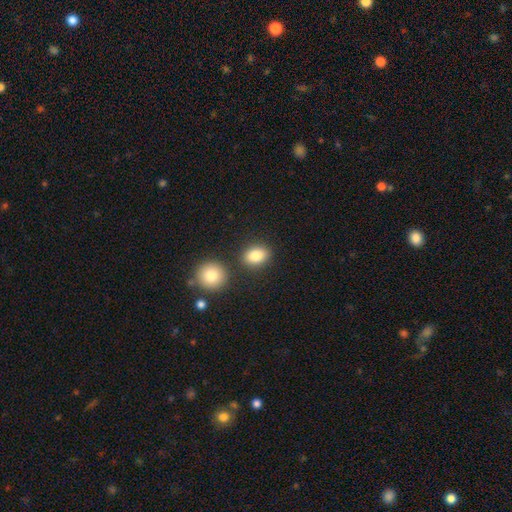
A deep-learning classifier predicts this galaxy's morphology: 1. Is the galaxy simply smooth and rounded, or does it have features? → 83% smooth, 9% star or artifact, 8% featured or disk.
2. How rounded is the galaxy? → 65% in between, 34% round, 2% cigar-shaped.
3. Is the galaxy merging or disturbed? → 78% none, 10% minor disturbance, 9% merger, 3% major disturbance.